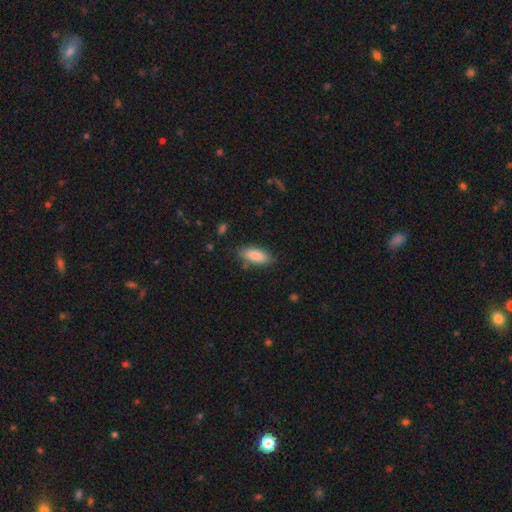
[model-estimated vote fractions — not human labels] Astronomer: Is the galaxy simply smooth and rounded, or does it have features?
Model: smooth — 85%.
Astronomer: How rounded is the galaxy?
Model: in between — 81%.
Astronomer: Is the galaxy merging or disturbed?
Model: none — 82%.